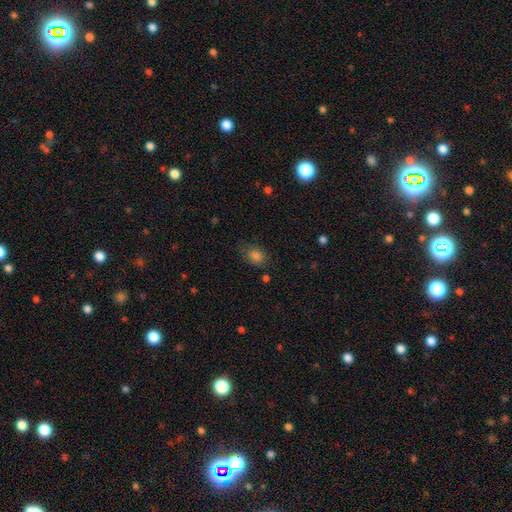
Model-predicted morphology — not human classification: smooth_or_featured: smooth (p=0.80) [alt: star or artifact p=0.13]
how_rounded: in between (p=0.64) [alt: round p=0.34]
merging: none (p=0.74) [alt: minor disturbance p=0.19]